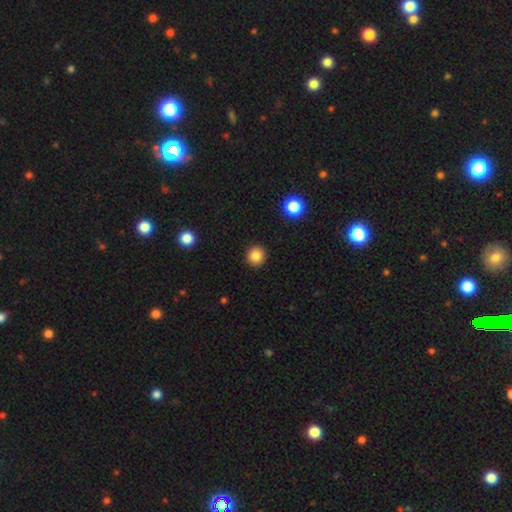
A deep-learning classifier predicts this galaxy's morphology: This is clearly a smooth galaxy (85%). How rounded: clearly round (94%). Merging: clearly none (93%).